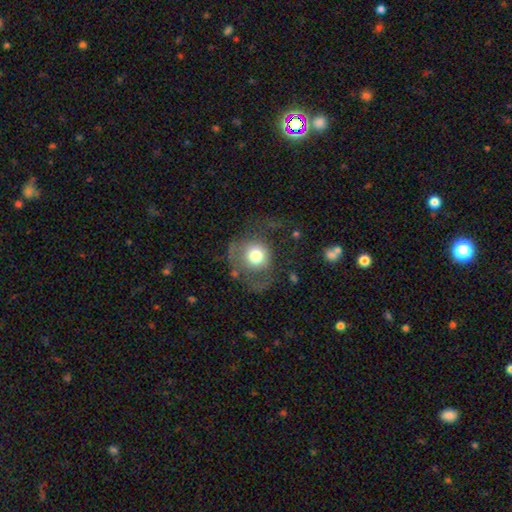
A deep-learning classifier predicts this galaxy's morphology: smooth 67%, featured or disk 24%, star or artifact 9%. Down the decision tree: how rounded — round (82%); merging — major disturbance (39%).